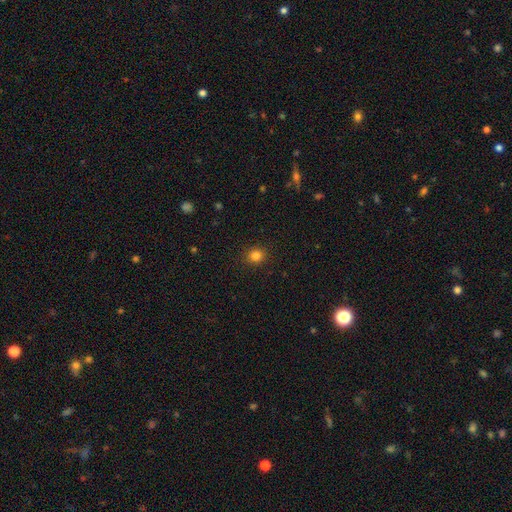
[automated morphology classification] smooth 83%, star or artifact 13%, featured or disk 4%. Down the decision tree: how rounded — round (82%); merging — none (91%).